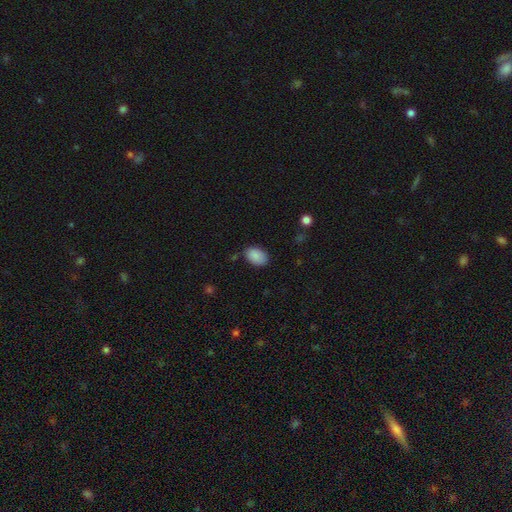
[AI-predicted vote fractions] This is clearly a smooth galaxy (89%). How rounded: clearly in between (85%). Merging: likely none (78%).